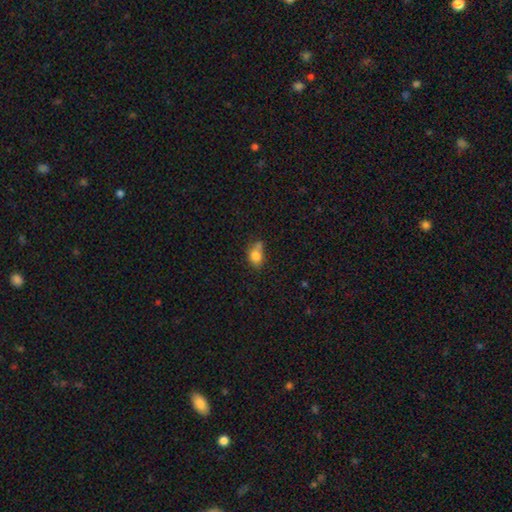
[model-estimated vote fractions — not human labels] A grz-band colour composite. It shows a smooth galaxy with no disk features (80%) that is in between round and cigar-shaped (60%). Merging: none (43%).